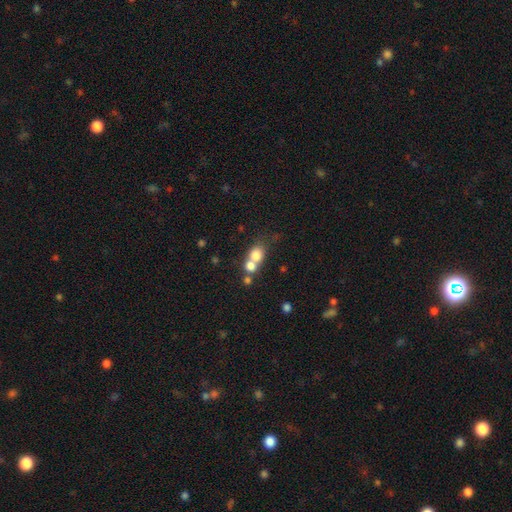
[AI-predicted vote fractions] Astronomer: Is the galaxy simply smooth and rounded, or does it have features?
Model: smooth — 74%.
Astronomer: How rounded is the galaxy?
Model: round — 66%.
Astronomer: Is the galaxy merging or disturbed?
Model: merger — 60%.